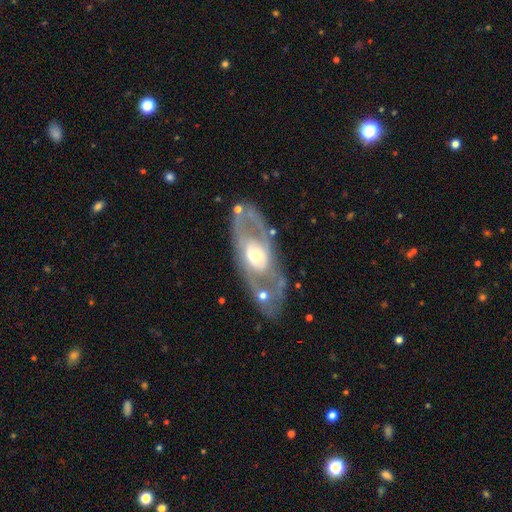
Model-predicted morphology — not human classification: Smooth or featured: featured or disk — 76% (smooth — 19%)
Edge-on disk: no — 88% (yes — 12%)
Bar: no — 68% (weak — 22%)
Spiral arms: no — 52% (yes — 48%)
Bulge size: moderate — 65% (small — 18%)
Merging: none — 70% (minor disturbance — 16%)